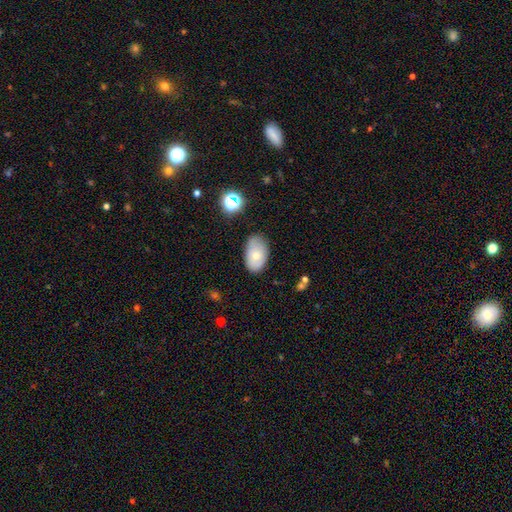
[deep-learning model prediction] smooth-or-featured: smooth: 66% | featured or disk: 25% | star or artifact: 9%
  how-rounded: in between: 91% | round: 8% | cigar-shaped: 1%
  merging: none: 71% | minor disturbance: 22% | major disturbance: 5% | merger: 2%